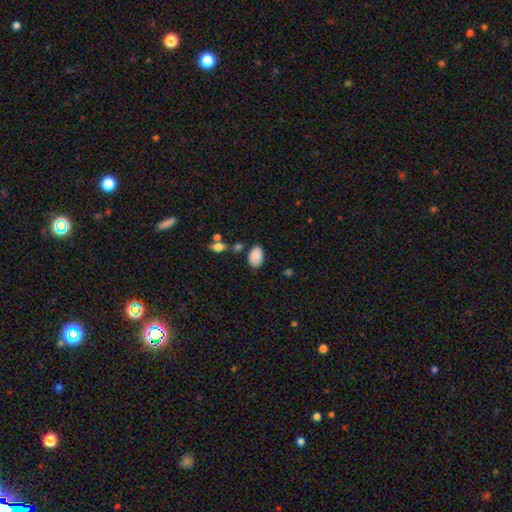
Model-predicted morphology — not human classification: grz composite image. It shows a smooth galaxy with no disk features (88%) that is in between round and cigar-shaped (90%). Merging: none (74%).